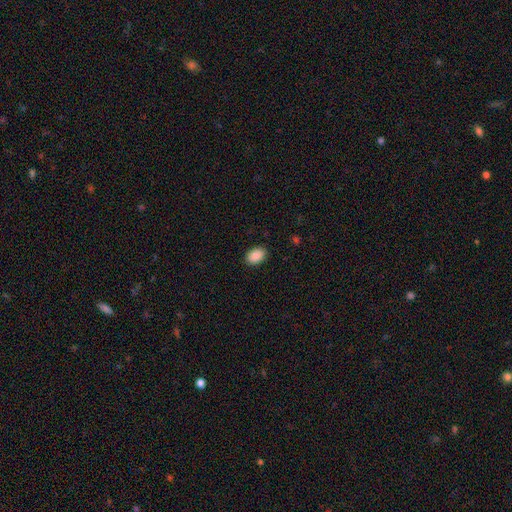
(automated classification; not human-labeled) Smooth or featured? smooth (90%)
How rounded? in between (87%)
Merging? none (89%)